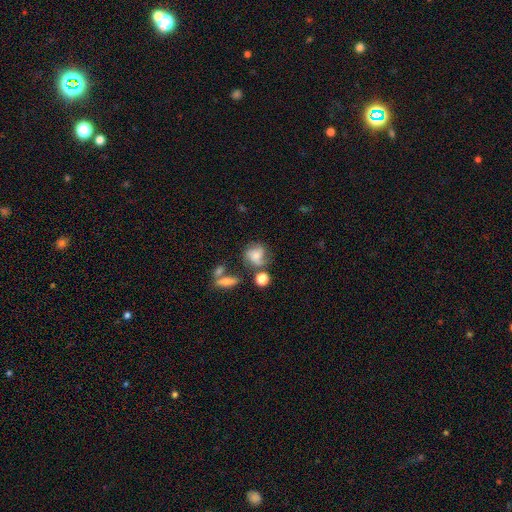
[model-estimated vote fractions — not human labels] smooth_or_featured: smooth (p=0.45) [alt: featured or disk p=0.43]
merging: none (p=0.48) [alt: minor disturbance p=0.23]